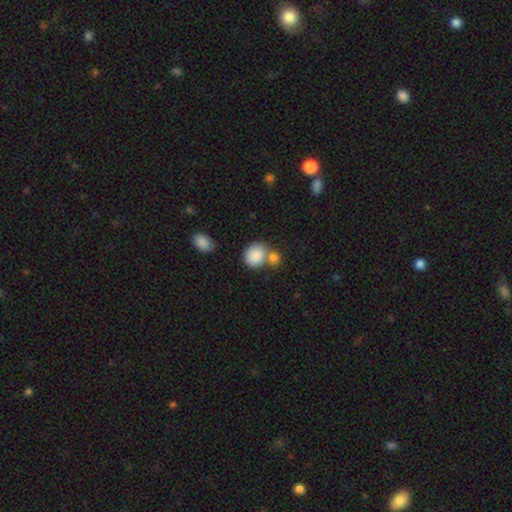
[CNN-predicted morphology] A smooth galaxy with no disk features (86%) that is round (72%). Merging: none (43%).